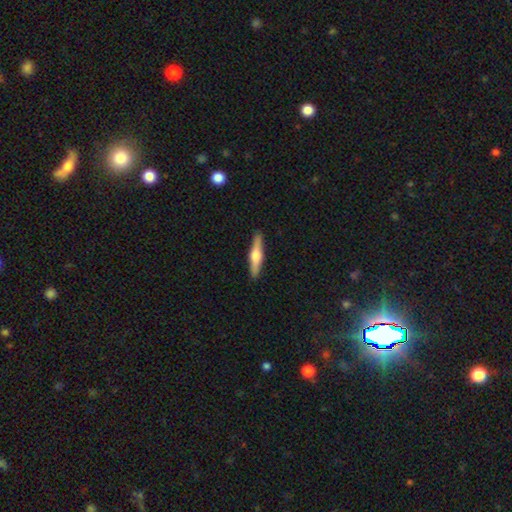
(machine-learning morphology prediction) Smooth or featured: featured or disk — 58% (smooth — 36%)
Edge-on disk: yes — 97% (no — 3%)
Edge-on bulge: rounded — 90% (boxy — 7%)
Merging: none — 91% (minor disturbance — 7%)